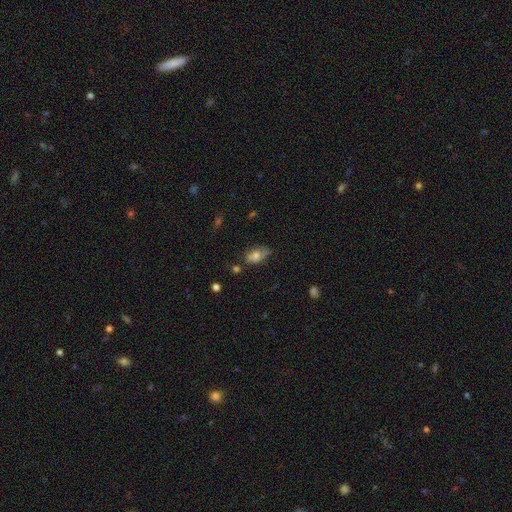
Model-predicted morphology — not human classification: Smooth or featured: smooth — 66% (featured or disk — 25%)
How rounded: in between — 87% (round — 11%)
Merging: none — 54% (minor disturbance — 30%)